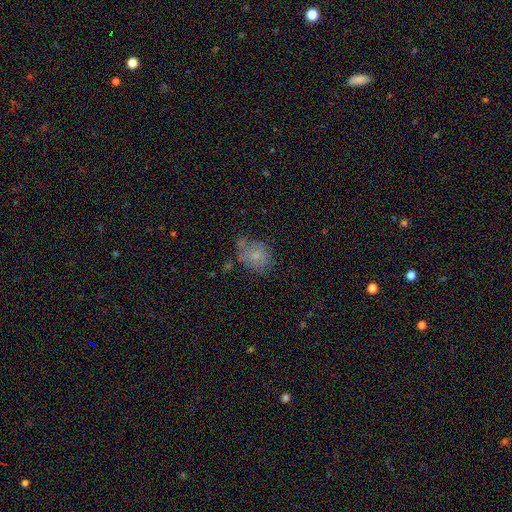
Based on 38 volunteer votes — This appears to be a smooth galaxy with no disk features (71%) that is in between round and cigar-shaped (52%). Merging: none (56%).